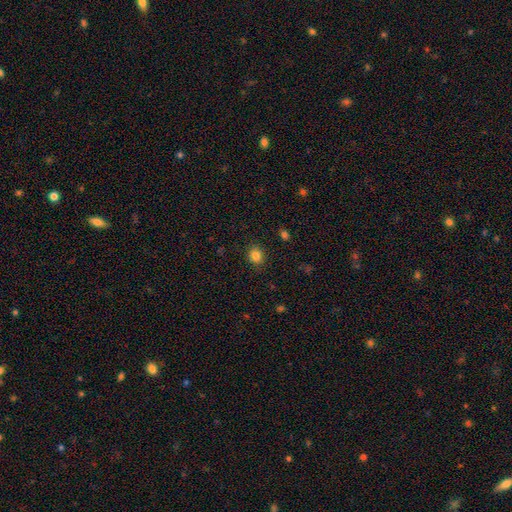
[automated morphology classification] A smooth galaxy with no disk features (84%) that is round (66%).

Vote fractions:
- Smooth or featured? smooth: 84% / star or artifact: 11% / featured or disk: 4%
- How rounded? round: 66% / in between: 33% / cigar-shaped: 1%
- Merging? none: 89% / minor disturbance: 8% / major disturbance: 2% / merger: 1%